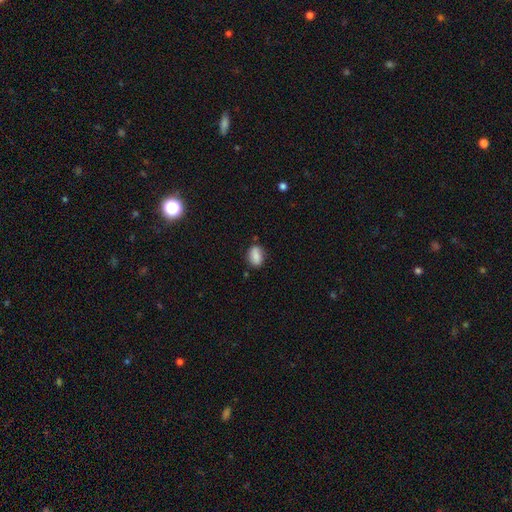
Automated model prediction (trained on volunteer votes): smooth 84%, featured or disk 8%, star or artifact 8%. Down the decision tree: how rounded — in between (80%); merging — none (76%).